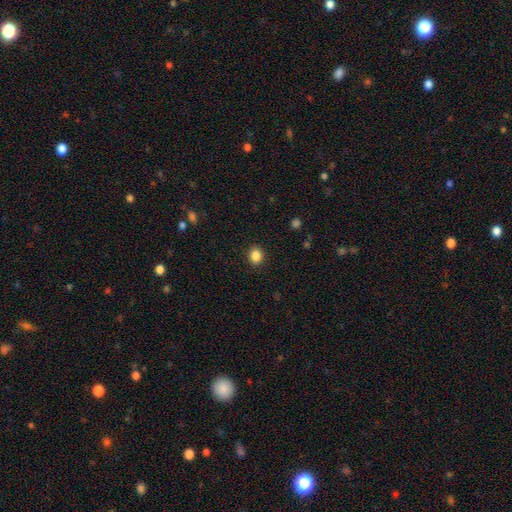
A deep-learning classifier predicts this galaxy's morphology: Smooth or featured?
  - smooth: 86% *
  - star or artifact: 10%
  - featured or disk: 4%
How rounded?
  - round: 64% *
  - in between: 35%
  - cigar-shaped: 1%
Merging?
  - none: 91% *
  - minor disturbance: 6%
  - major disturbance: 2%
  - merger: 1%